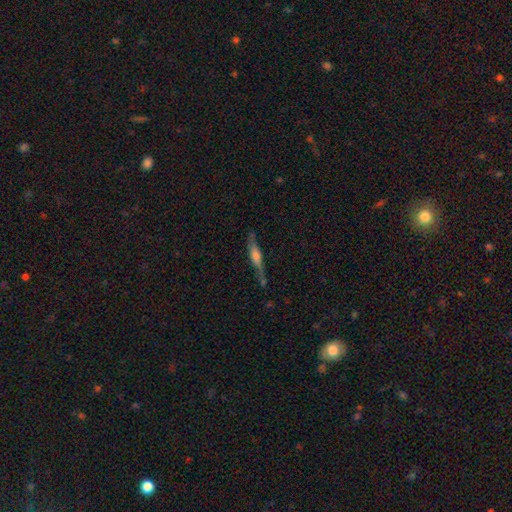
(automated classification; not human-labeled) This is likely a featured or disk galaxy (61%). It is clearly viewed edge-on (90%). Edge-on bulge: likely rounded (68%). Merging: likely none (70%).